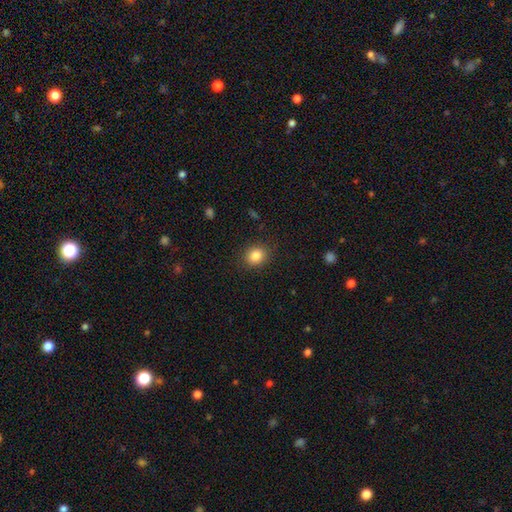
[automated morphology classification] Q: Smooth or featured?
A: smooth (84%); runner-up: star or artifact (10%)
Q: How rounded?
A: round (71%); runner-up: in between (28%)
Q: Merging?
A: none (88%); runner-up: minor disturbance (8%)